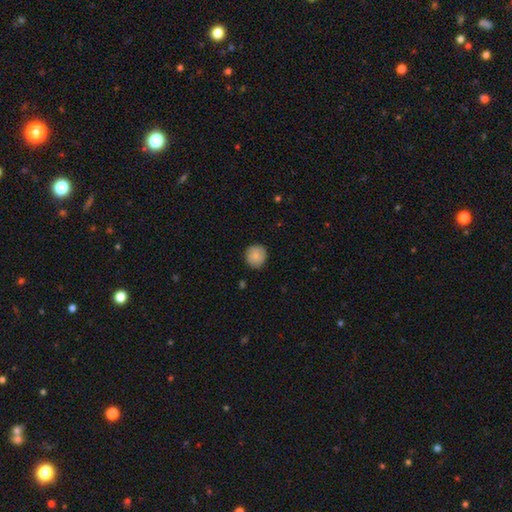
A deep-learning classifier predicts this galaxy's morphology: Smooth or featured: smooth — 84% (featured or disk — 9%)
How rounded: round — 91% (in between — 8%)
Merging: none — 86% (minor disturbance — 11%)